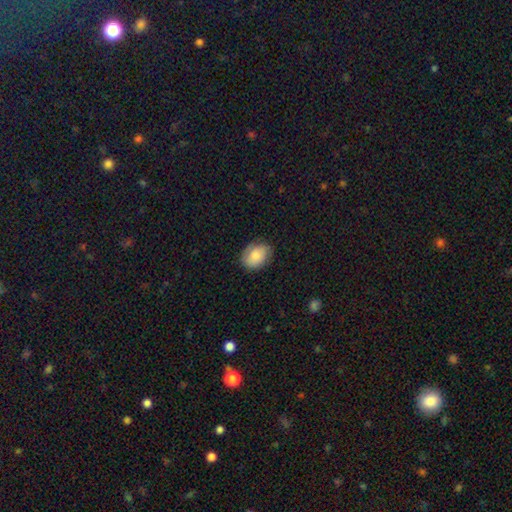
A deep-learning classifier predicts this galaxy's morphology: Q: Smooth or featured?
A: smooth (81%); runner-up: featured or disk (13%)
Q: How rounded?
A: in between (70%); runner-up: round (29%)
Q: Merging?
A: none (80%); runner-up: minor disturbance (15%)